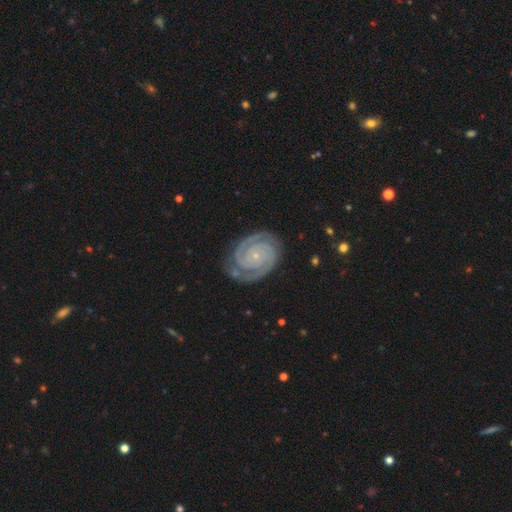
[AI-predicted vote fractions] A featured or disk galaxy (92%) with no bar (78%), 2 (79%) tight (83%) spiral arms (99%) and a small central bulge (86%).

Vote fractions:
- Smooth or featured? featured or disk: 92% / star or artifact: 4% / smooth: 3%
- Edge-on disk? no: 98% / yes: 2%
- Bar? no: 78% / weak: 15% / strong: 7%
- Spiral arms? yes: 99% / no: 1%
- Spiral winding? tight: 83% / medium: 15% / loose: 2%
- Spiral arm count? 2: 79% / 3: 9% / can't tell: 4% / 4: 3% / more than 4: 2% / 1: 2%
- Bulge size? small: 86% / moderate: 9% / none: 3% / large: 1% / dominant: 1%
- Merging? none: 81% / minor disturbance: 14% / major disturbance: 4% / merger: 2%